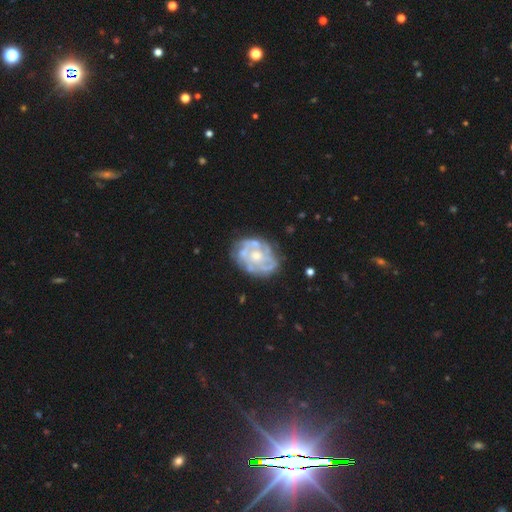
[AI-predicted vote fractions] A featured or disk galaxy (81%) with no bar (82%), tight (59%) spiral arms (71%) and a moderate central bulge (55%).

Vote fractions:
- Smooth or featured? featured or disk: 81% / smooth: 14% / star or artifact: 6%
- Edge-on disk? no: 98% / yes: 2%
- Bar? no: 82% / weak: 15% / strong: 3%
- Spiral arms? yes: 71% / no: 29%
- Spiral winding? tight: 59% / medium: 30% / loose: 11%
- Spiral arm count? can't tell: 51% / 2: 16% / 3: 14% / 4: 9% / more than 4: 5% / 1: 5%
- Bulge size? moderate: 55% / small: 39% / large: 3% / none: 2% / dominant: 1%
- Merging? none: 69% / minor disturbance: 19% / major disturbance: 9% / merger: 3%